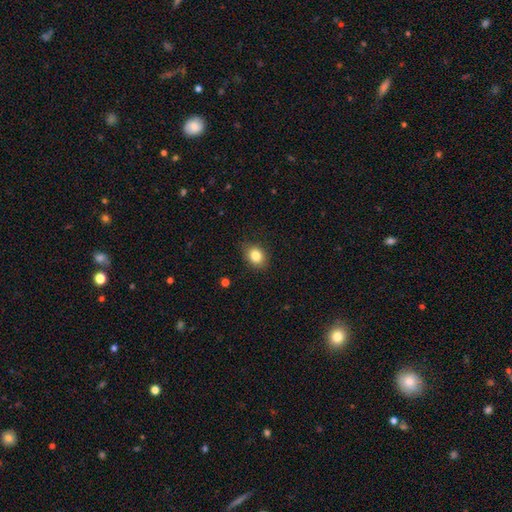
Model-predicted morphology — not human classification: A smooth galaxy with no disk features (83%) that is in between round and cigar-shaped (56%). Merging: none (82%).